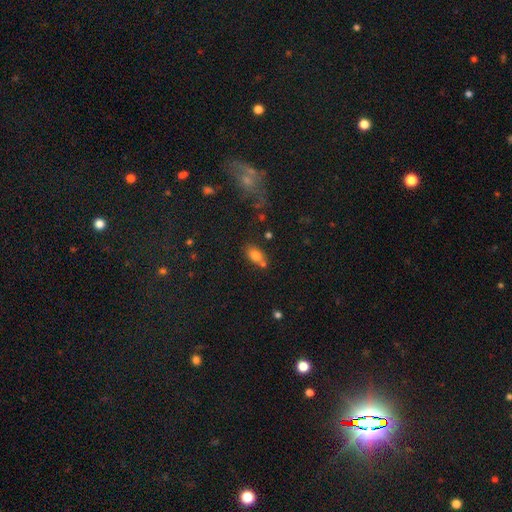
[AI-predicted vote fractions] A smooth galaxy with no disk features (77%) that is in between round and cigar-shaped (84%).

Vote fractions:
- Smooth or featured? smooth: 77% / featured or disk: 12% / star or artifact: 11%
- How rounded? in between: 84% / round: 12% / cigar-shaped: 4%
- Merging? none: 54% / merger: 26% / minor disturbance: 15% / major disturbance: 5%